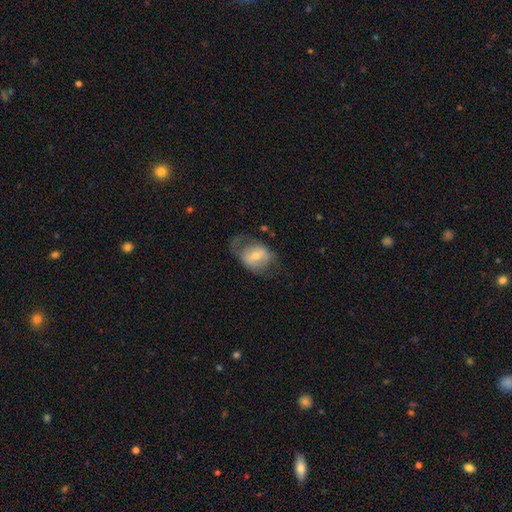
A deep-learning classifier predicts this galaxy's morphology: A featured or disk galaxy (48%). Merging: none (46%).